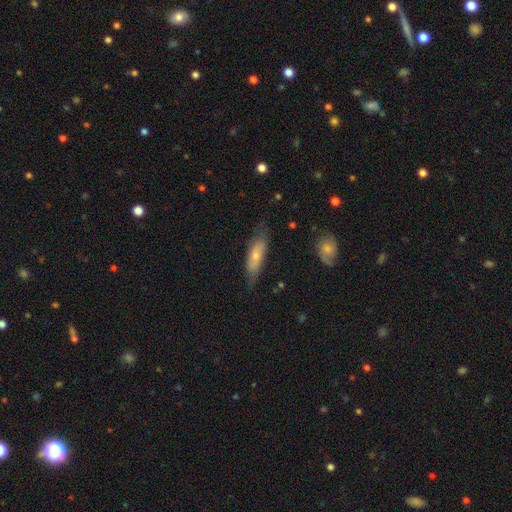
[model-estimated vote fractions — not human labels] This is likely a smooth galaxy (61%). How rounded: possibly in between (51%). Merging: likely none (64%).